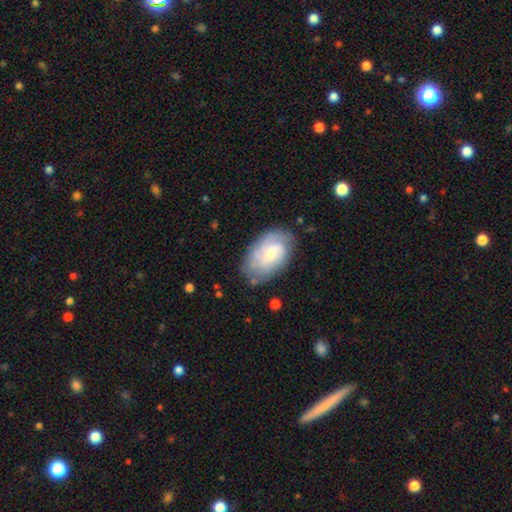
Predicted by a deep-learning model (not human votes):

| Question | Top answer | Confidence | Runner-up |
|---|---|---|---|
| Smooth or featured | featured or disk | 57% | smooth (36%) |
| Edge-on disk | no | 95% | yes (5%) |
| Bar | no | 58% | weak (36%) |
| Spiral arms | yes | 82% | no (18%) |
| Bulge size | small | 46% | moderate (40%) |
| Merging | none | 70% | minor disturbance (21%) |